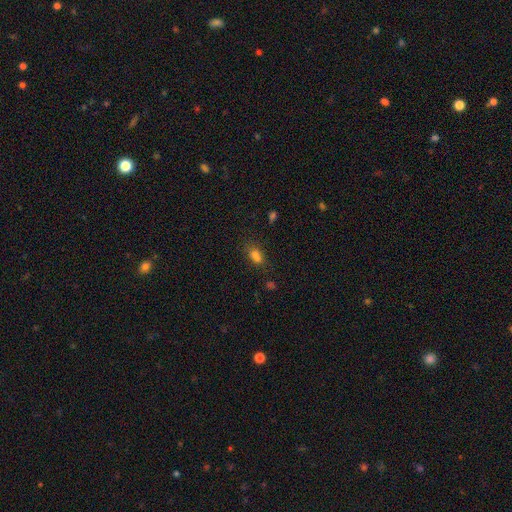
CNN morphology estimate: The model was most divided on "merging": none: 56%, minor disturbance: 19%, merger: 17%, major disturbance: 8%. More confident: how rounded — in between (78%); smooth or featured — smooth (75%).